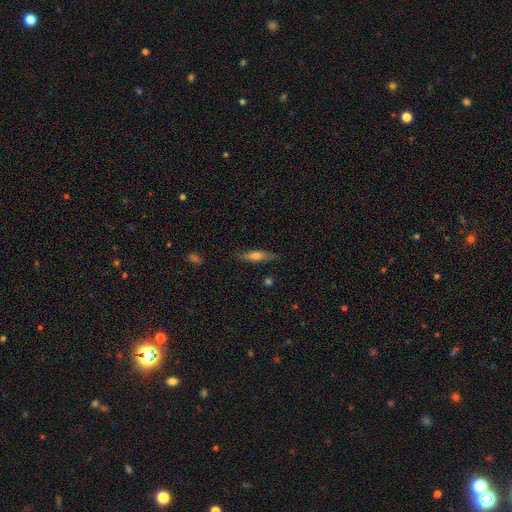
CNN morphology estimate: This is likely a smooth galaxy (63%). How rounded: likely cigar-shaped (70%). Merging: clearly none (82%).